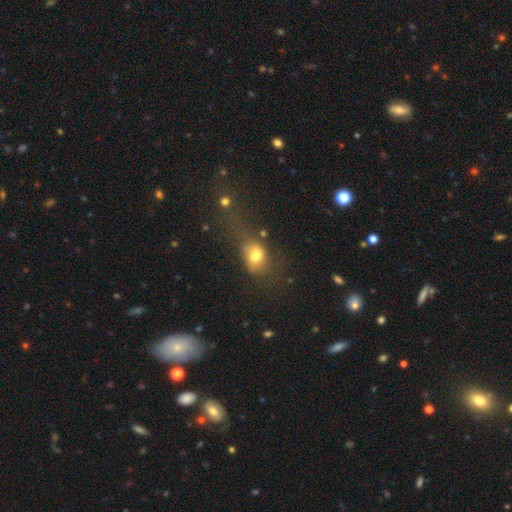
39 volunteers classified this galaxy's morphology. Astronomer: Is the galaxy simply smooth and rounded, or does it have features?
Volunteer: smooth — 77%.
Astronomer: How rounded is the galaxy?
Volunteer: in between — 60%.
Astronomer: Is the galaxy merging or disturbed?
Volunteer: none — 34% (runner-up: minor disturbance, 26%).